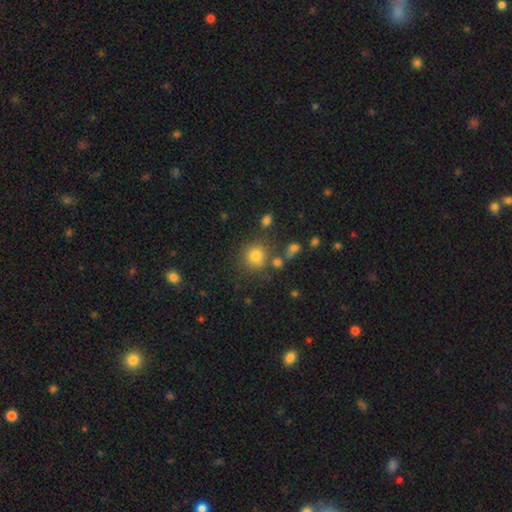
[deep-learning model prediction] smooth 79%, star or artifact 12%, featured or disk 9%. Down the decision tree: how rounded — round (88%); merging — none (71%).